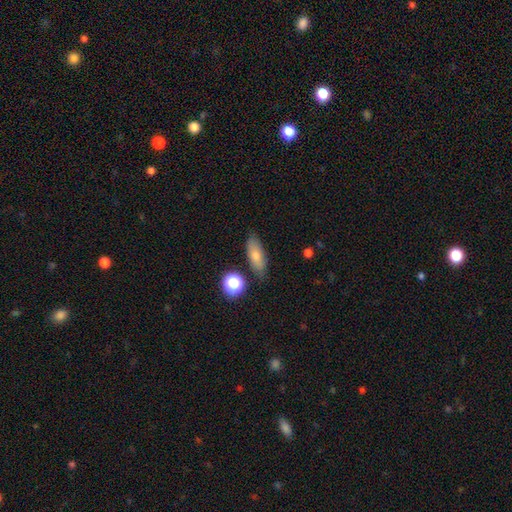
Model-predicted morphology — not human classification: This appears to be a smooth galaxy with no disk features (64%) that is in between round and cigar-shaped (65%). Merging: none (82%).